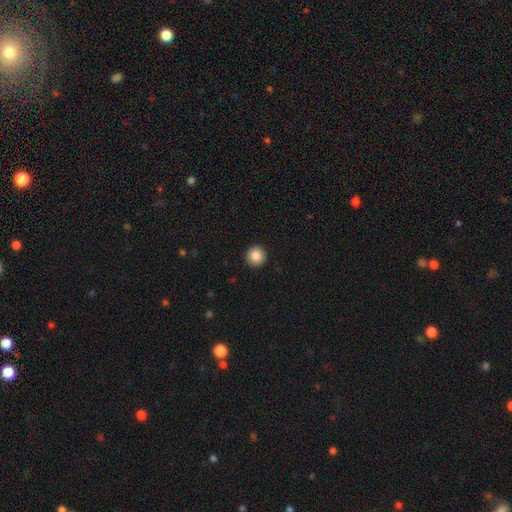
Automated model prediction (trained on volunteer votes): Q: Smooth or featured?
A: smooth (86%); runner-up: star or artifact (9%)
Q: How rounded?
A: round (96%); runner-up: in between (4%)
Q: Merging?
A: none (93%); runner-up: minor disturbance (4%)